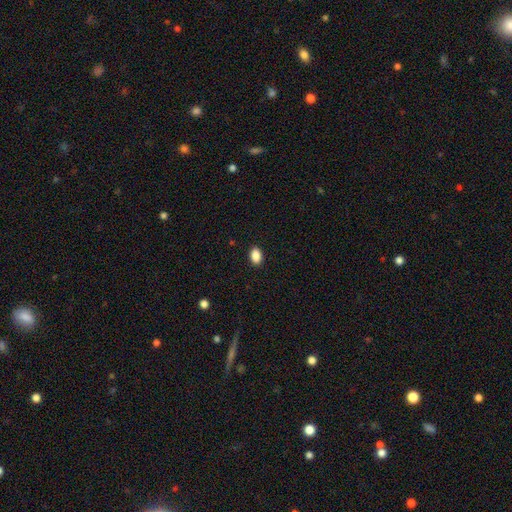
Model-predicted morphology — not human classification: smooth_or_featured: smooth (p=0.89) [alt: star or artifact p=0.08]
how_rounded: in between (p=0.88) [alt: round p=0.10]
merging: none (p=0.90) [alt: minor disturbance p=0.07]